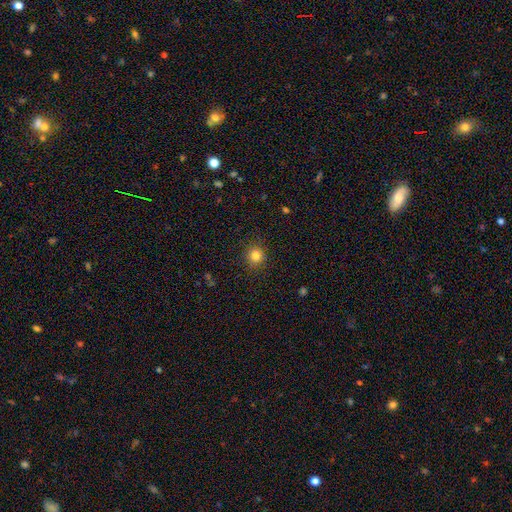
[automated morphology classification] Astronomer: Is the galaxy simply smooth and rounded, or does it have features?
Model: smooth — 83%.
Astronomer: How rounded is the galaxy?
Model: round — 89%.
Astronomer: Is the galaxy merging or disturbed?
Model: none — 90%.